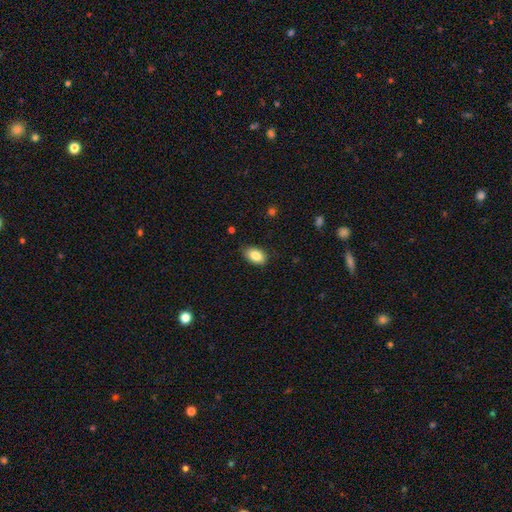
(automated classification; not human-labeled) This is clearly a smooth galaxy (86%). How rounded: clearly in between (91%). Merging: clearly none (83%).